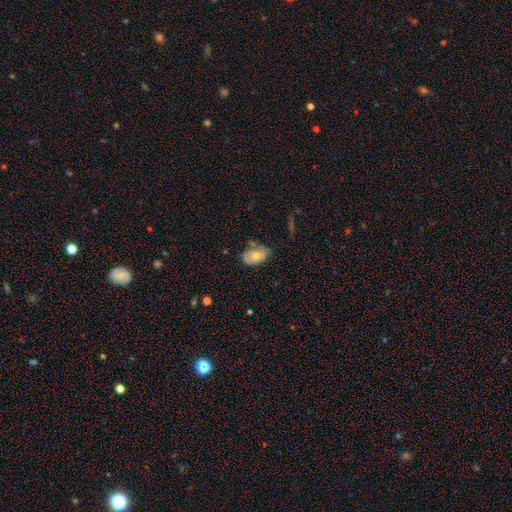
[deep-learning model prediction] smooth_or_featured: smooth (p=0.65) [alt: featured or disk p=0.28]
how_rounded: in between (p=0.89) [alt: round p=0.09]
merging: none (p=0.59) [alt: minor disturbance p=0.28]